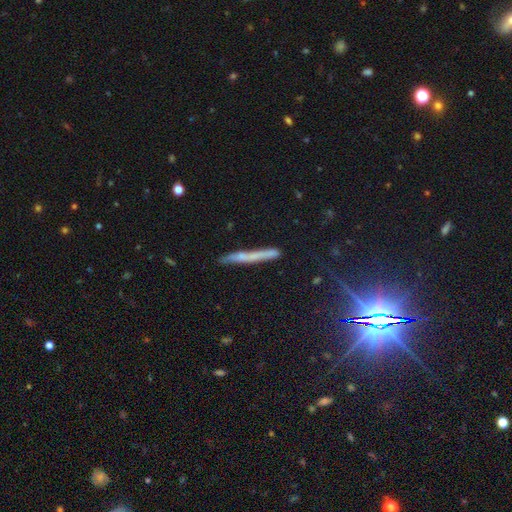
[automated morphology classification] smooth 46%, featured or disk 41%, star or artifact 13%. Down the decision tree: merging — none (78%).